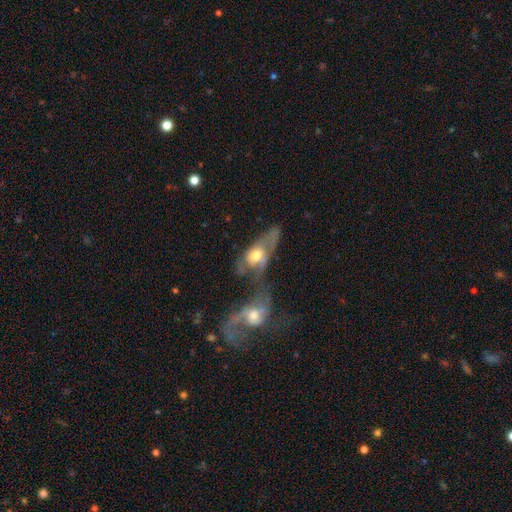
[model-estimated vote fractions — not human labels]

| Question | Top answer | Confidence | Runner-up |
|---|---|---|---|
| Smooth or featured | featured or disk | 54% | smooth (38%) |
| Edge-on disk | no | 87% | yes (13%) |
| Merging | merger | 67% | major disturbance (13%) |